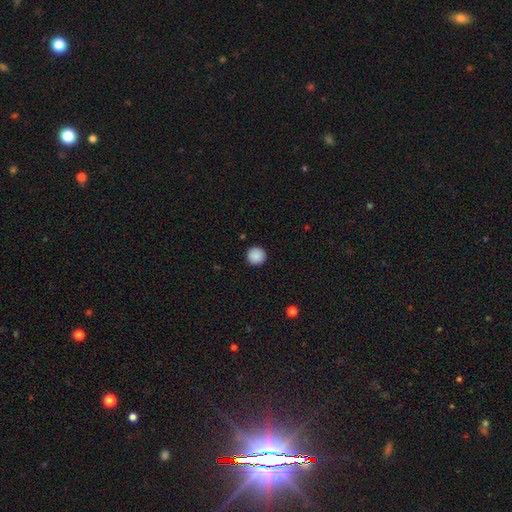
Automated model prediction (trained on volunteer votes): Q: Smooth or featured?
A: smooth (89%); runner-up: star or artifact (8%)
Q: How rounded?
A: round (96%); runner-up: in between (4%)
Q: Merging?
A: none (92%); runner-up: minor disturbance (5%)